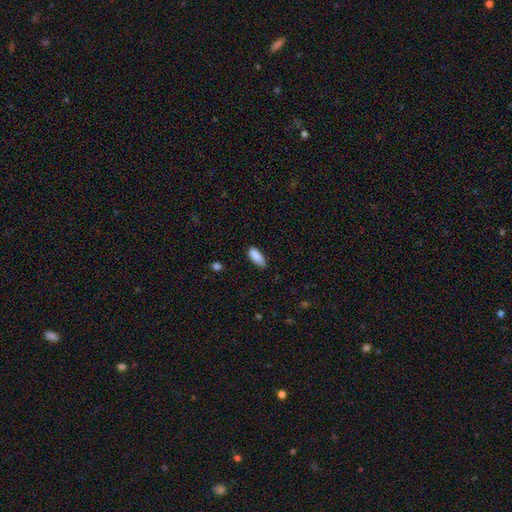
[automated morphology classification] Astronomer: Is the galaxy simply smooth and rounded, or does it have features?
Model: smooth — 88%.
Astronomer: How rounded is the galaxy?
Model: in between — 73%.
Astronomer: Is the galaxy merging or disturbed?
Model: none — 74%.